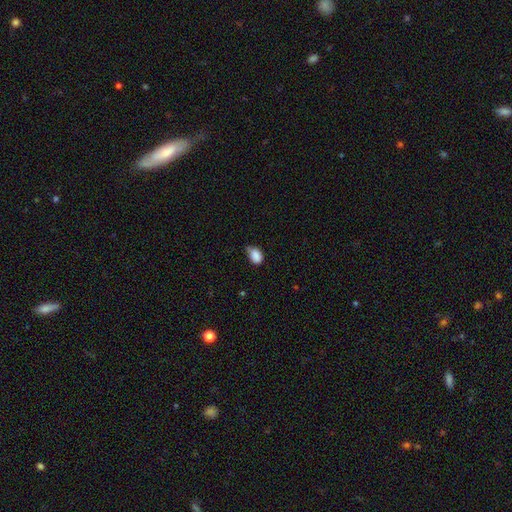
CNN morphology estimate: A smooth galaxy with no disk features (87%) that is in between round and cigar-shaped (80%). Merging: none (48%).